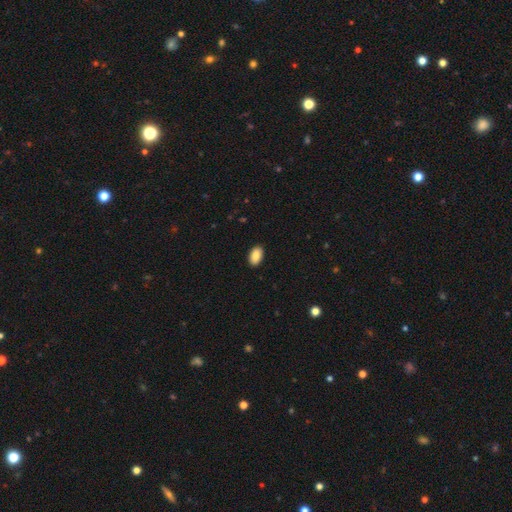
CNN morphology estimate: Smooth or featured? smooth (89%)
How rounded? in between (94%)
Merging? none (90%)